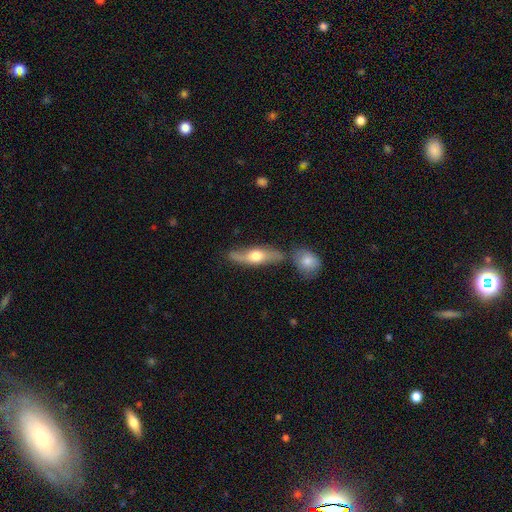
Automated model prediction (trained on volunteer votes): Smooth or featured? featured or disk (50%)
Edge-on disk? yes (66%)
Merging? none (66%)